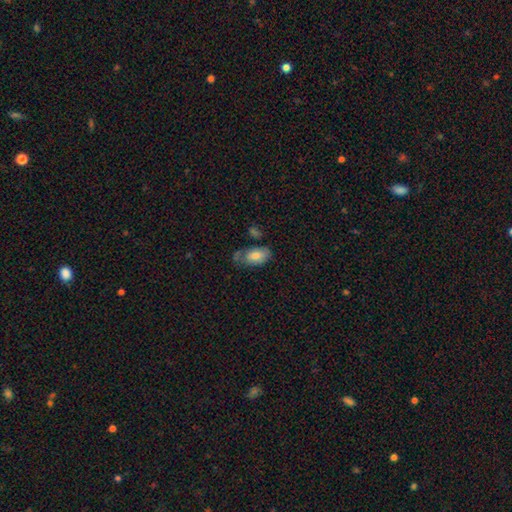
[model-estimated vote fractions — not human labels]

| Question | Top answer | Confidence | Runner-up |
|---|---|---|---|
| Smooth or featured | smooth | 71% | featured or disk (22%) |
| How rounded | in between | 92% | round (5%) |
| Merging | none | 47% | minor disturbance (30%) |